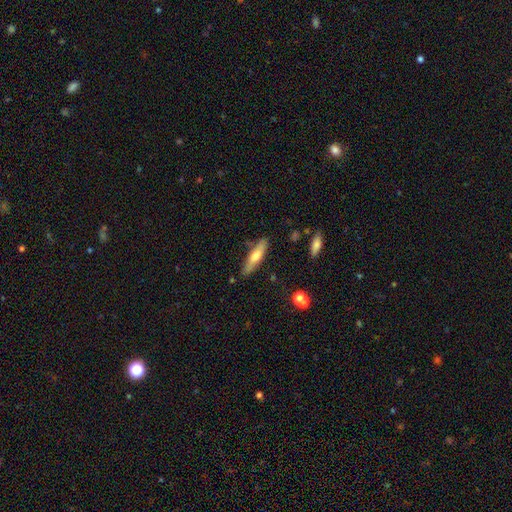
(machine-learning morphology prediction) This appears to be a smooth galaxy with no disk features (59%) that is cigar-shaped (72%). Merging: none (80%).